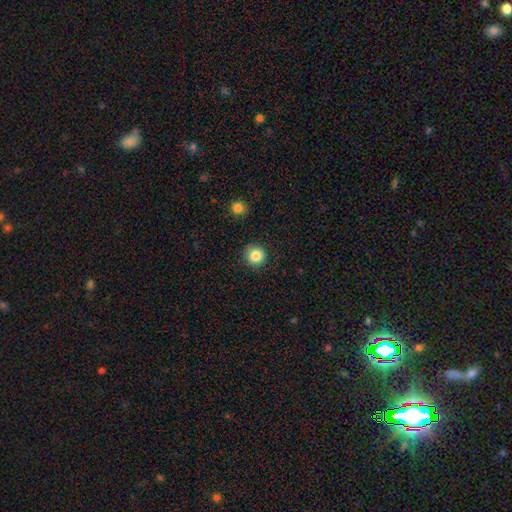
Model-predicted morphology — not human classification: Q: Smooth or featured?
A: smooth (85%); runner-up: star or artifact (10%)
Q: How rounded?
A: round (95%); runner-up: in between (4%)
Q: Merging?
A: none (90%); runner-up: minor disturbance (6%)